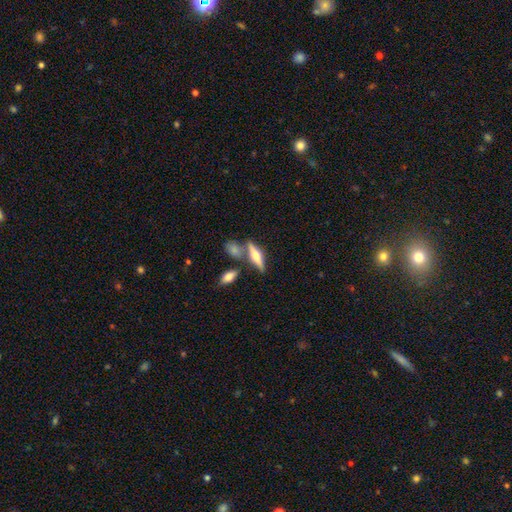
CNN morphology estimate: Smooth or featured?
  - featured or disk: 54% *
  - smooth: 39%
  - star or artifact: 7%
Edge-on disk?
  - yes: 94% *
  - no: 6%
Edge-on bulge?
  - rounded: 91% *
  - boxy: 6%
  - none: 3%
Merging?
  - none: 70% *
  - merger: 15%
  - minor disturbance: 12%
  - major disturbance: 4%